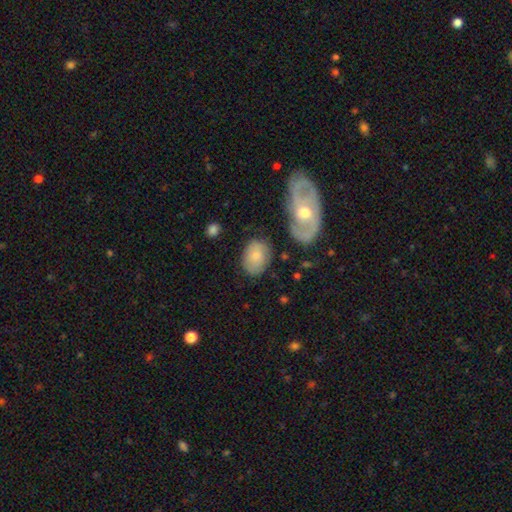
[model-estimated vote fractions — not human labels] Smooth or featured: smooth — 71% (featured or disk — 22%)
How rounded: in between — 75% (round — 24%)
Merging: none — 72% (minor disturbance — 17%)